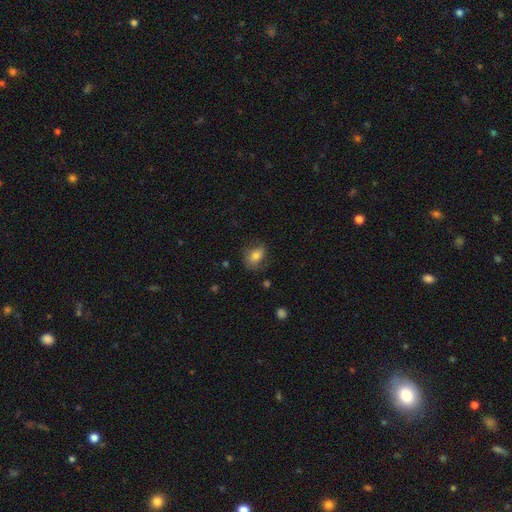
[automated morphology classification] smooth_or_featured: smooth (p=0.67) [alt: featured or disk p=0.23]
how_rounded: in between (p=0.72) [alt: round p=0.26]
merging: none (p=0.63) [alt: minor disturbance p=0.24]